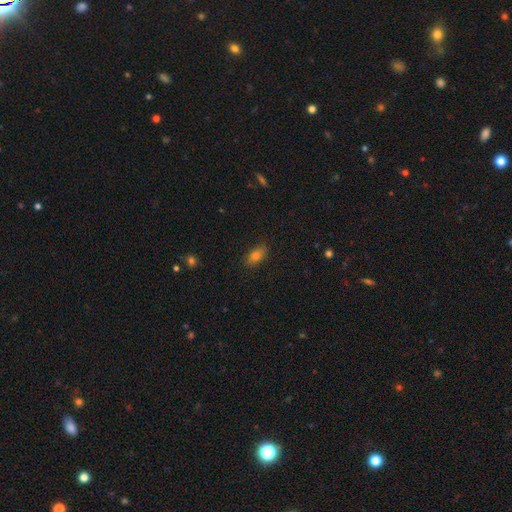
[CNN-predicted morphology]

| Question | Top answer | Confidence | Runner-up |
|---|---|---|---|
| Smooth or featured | smooth | 77% | star or artifact (13%) |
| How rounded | in between | 84% | cigar-shaped (8%) |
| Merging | none | 82% | minor disturbance (14%) |